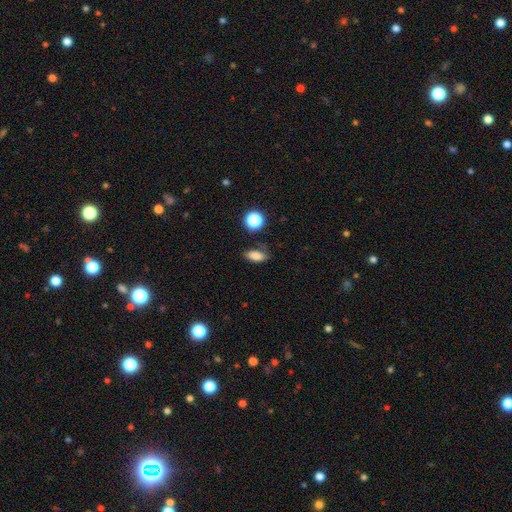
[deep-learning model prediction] Q: Smooth or featured?
A: smooth (80%); runner-up: star or artifact (12%)
Q: How rounded?
A: in between (80%); runner-up: round (11%)
Q: Merging?
A: none (70%); runner-up: minor disturbance (21%)